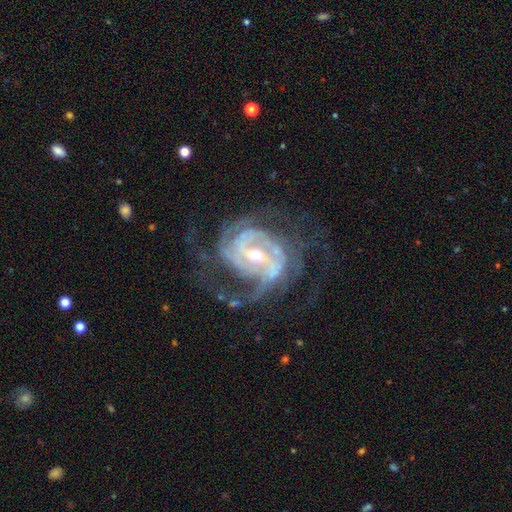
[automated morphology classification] Smooth or featured? Predicted: featured or disk (p=0.91). Edge-on disk? Predicted: no (p=0.97). Bar? Predicted: weak (p=0.40, tied with strong). Spiral arms? Predicted: yes (p=0.97). Spiral winding? Predicted: medium (p=0.44). Spiral arm count? Predicted: 2 (p=0.39). Bulge size? Predicted: small (p=0.50). Merging? Predicted: none (p=0.54).